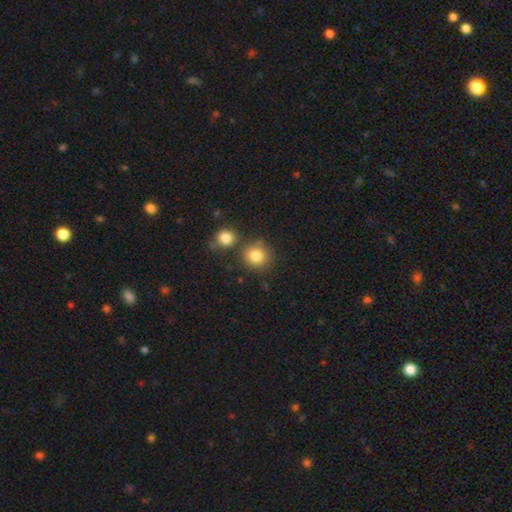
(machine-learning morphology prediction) Smooth or featured: smooth — 84% (star or artifact — 10%)
How rounded: round — 88% (in between — 11%)
Merging: none — 71% (merger — 15%)